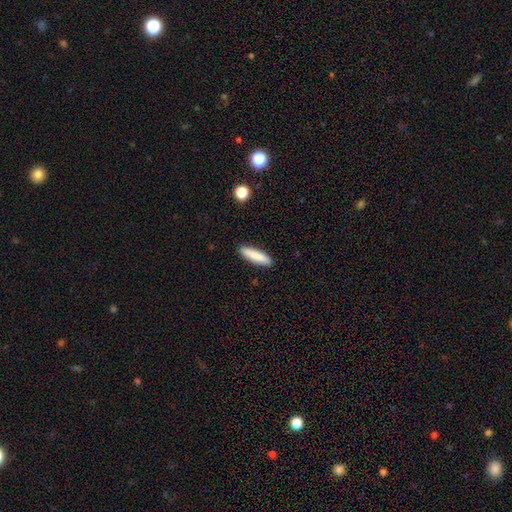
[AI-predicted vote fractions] Smooth or featured?
  - smooth: 85% *
  - featured or disk: 9%
  - star or artifact: 6%
How rounded?
  - cigar-shaped: 77% *
  - in between: 22%
  - round: 1%
Merging?
  - none: 90% *
  - minor disturbance: 8%
  - major disturbance: 2%
  - merger: 1%